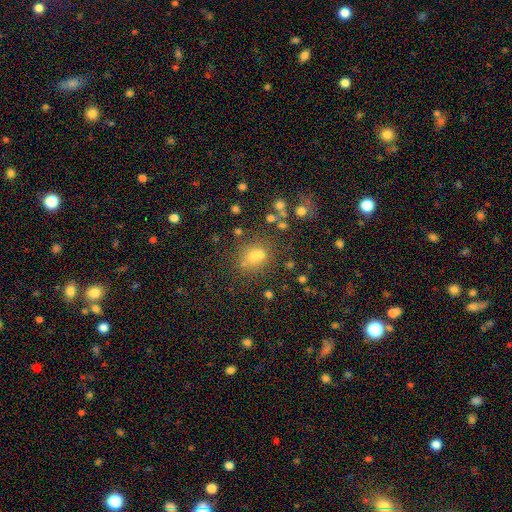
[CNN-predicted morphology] A smooth galaxy with no disk features (58%) that is round (62%).

Vote fractions:
- Smooth or featured? smooth: 58% / star or artifact: 27% / featured or disk: 15%
- How rounded? round: 62% / in between: 36% / cigar-shaped: 2%
- Merging? none: 52% / merger: 30% / minor disturbance: 12% / major disturbance: 6%